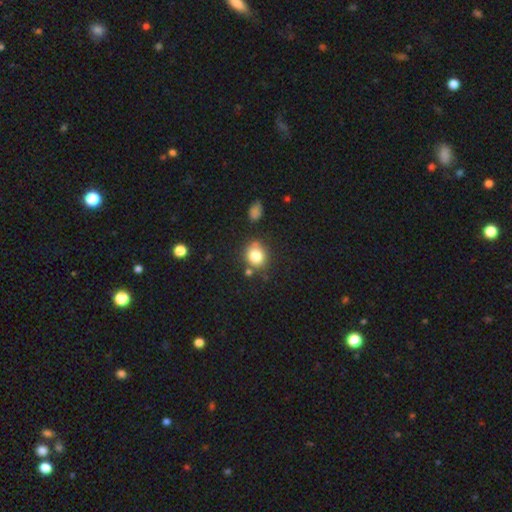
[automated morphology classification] smooth_or_featured: smooth (p=0.81) [alt: star or artifact p=0.11]
how_rounded: round (p=0.74) [alt: in between p=0.25]
merging: none (p=0.71) [alt: minor disturbance p=0.15]